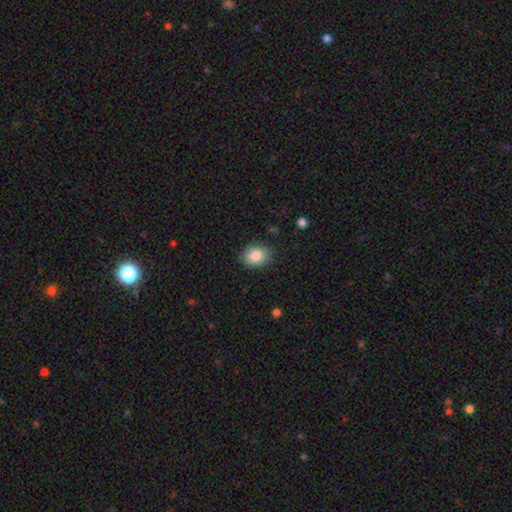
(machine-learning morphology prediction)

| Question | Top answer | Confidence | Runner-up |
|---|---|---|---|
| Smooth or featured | smooth | 86% | star or artifact (8%) |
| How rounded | in between | 54% | round (46%) |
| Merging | none | 84% | minor disturbance (12%) |